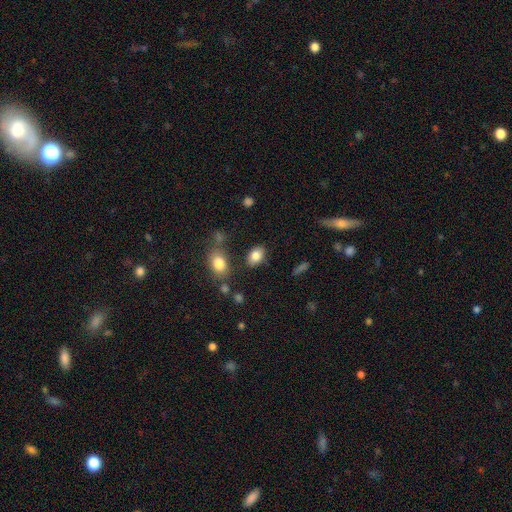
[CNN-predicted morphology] Smooth or featured?
  - smooth: 83% *
  - star or artifact: 9%
  - featured or disk: 8%
How rounded?
  - in between: 84% *
  - round: 14%
  - cigar-shaped: 1%
Merging?
  - none: 80% *
  - minor disturbance: 12%
  - merger: 4%
  - major disturbance: 4%